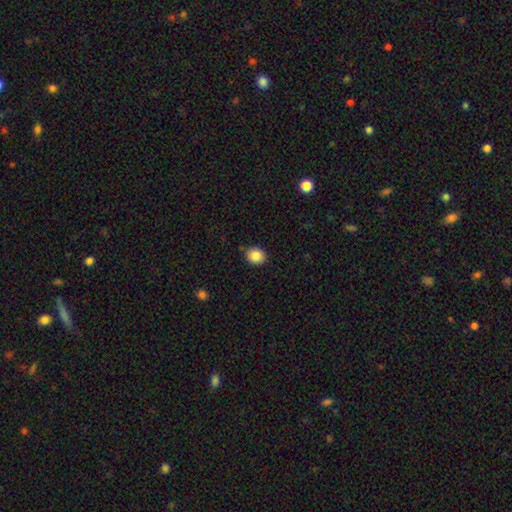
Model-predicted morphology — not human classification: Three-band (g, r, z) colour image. It shows a smooth galaxy with no disk features (86%) that is round (76%). Merging: none (87%).